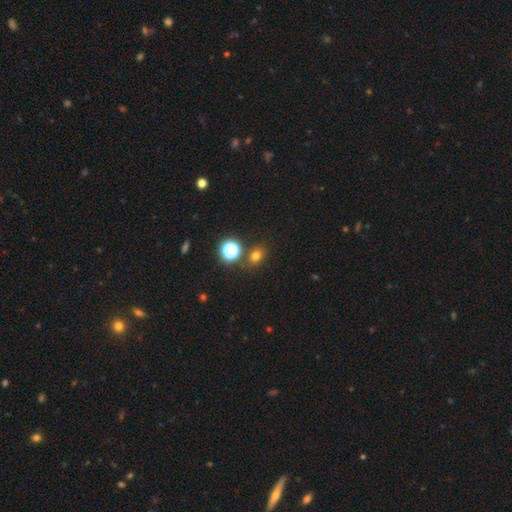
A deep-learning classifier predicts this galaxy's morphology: This is likely a smooth galaxy (71%). How rounded: possibly round (55%). Merging: likely none (80%).